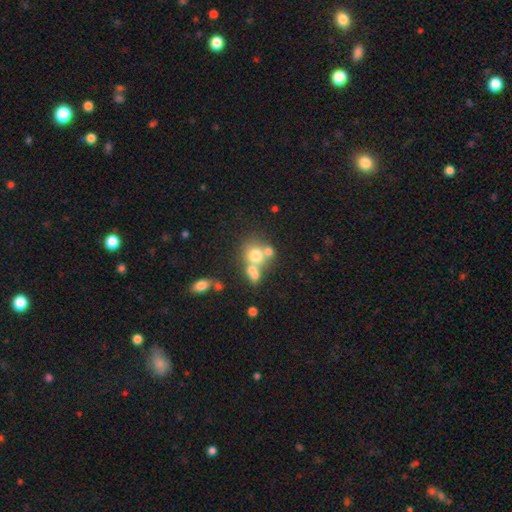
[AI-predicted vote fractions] The model was most divided on "merging": merger: 48%, none: 37%, minor disturbance: 9%, major disturbance: 6%. More confident: how rounded — round (74%); smooth or featured — smooth (66%).